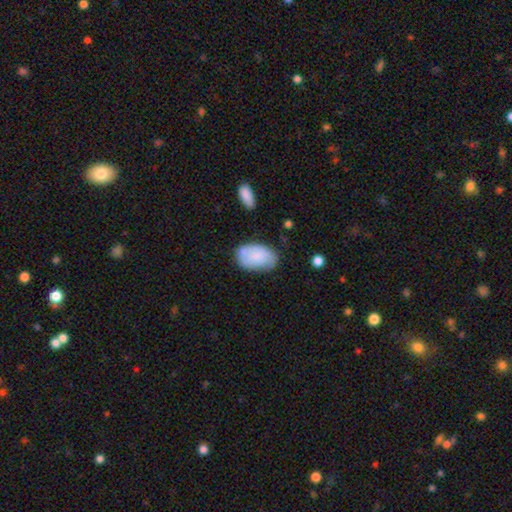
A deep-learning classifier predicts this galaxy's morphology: The model was most divided on "merging": none: 66%, minor disturbance: 23%, merger: 6%, major disturbance: 6%. More confident: how rounded — in between (92%); smooth or featured — smooth (77%).